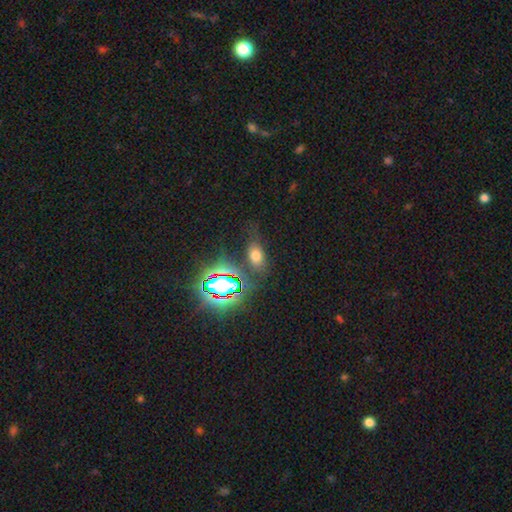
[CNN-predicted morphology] smooth-or-featured: smooth: 60% | star or artifact: 28% | featured or disk: 12%
  how-rounded: in between: 82% | round: 13% | cigar-shaped: 4%
  merging: none: 72% | minor disturbance: 16% | major disturbance: 7% | merger: 5%